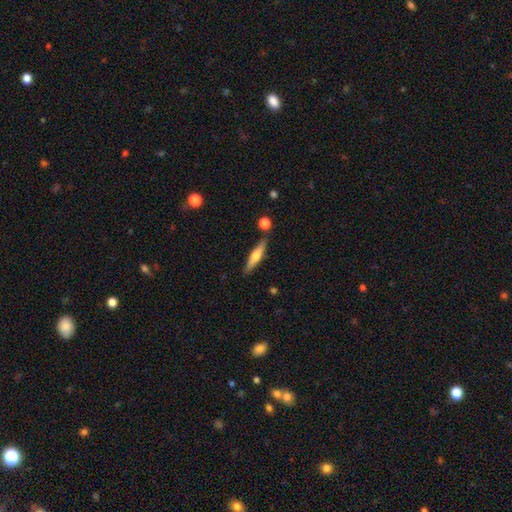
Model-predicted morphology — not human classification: A smooth galaxy with no disk features (49%). Merging: none (83%).